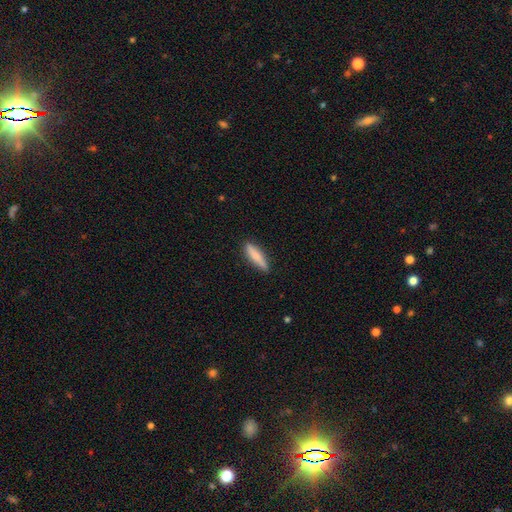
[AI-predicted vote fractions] A smooth galaxy with no disk features (76%) that is cigar-shaped (81%).

Vote fractions:
- Smooth or featured? smooth: 76% / featured or disk: 19% / star or artifact: 6%
- How rounded? cigar-shaped: 81% / in between: 17% / round: 2%
- Merging? none: 85% / minor disturbance: 12% / major disturbance: 2% / merger: 1%